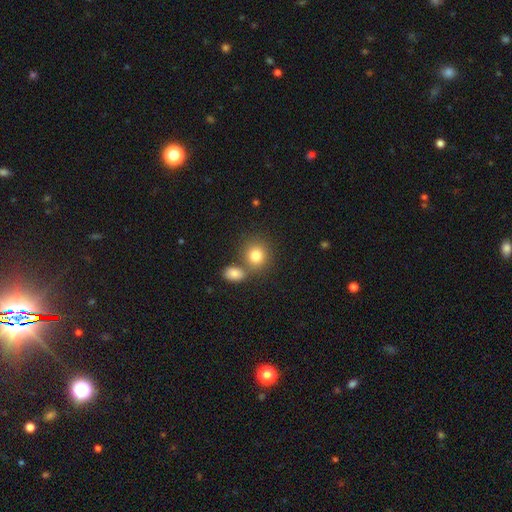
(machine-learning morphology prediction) The model was most divided on "merging": none: 58%, merger: 29%, minor disturbance: 10%, major disturbance: 4%. More confident: smooth or featured — smooth (81%); how rounded — round (77%).